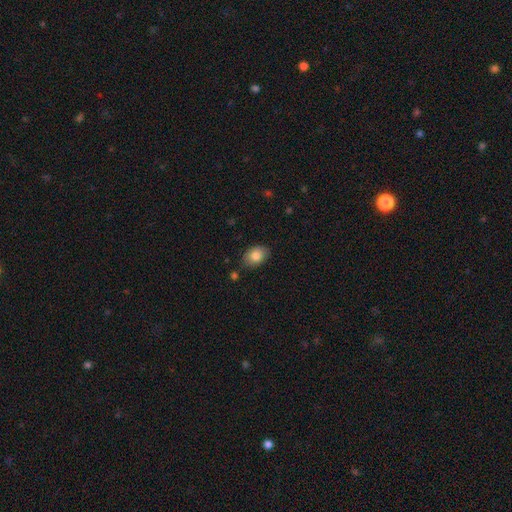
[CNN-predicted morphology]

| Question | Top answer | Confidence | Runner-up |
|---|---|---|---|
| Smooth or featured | smooth | 84% | featured or disk (9%) |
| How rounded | in between | 83% | round (16%) |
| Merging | none | 80% | minor disturbance (15%) |